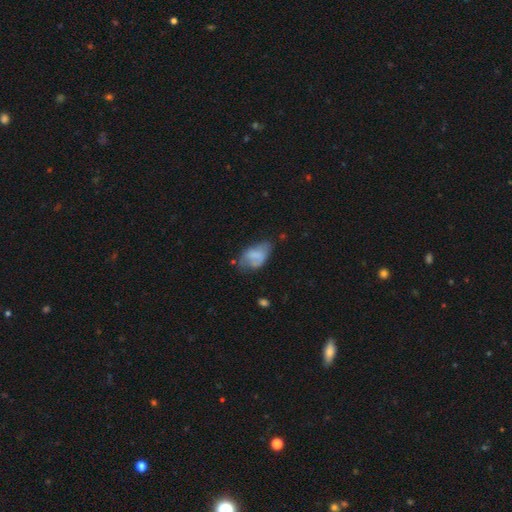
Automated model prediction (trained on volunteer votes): This appears to be a smooth galaxy with no disk features (66%) that is in between round and cigar-shaped (91%). Merging: minor disturbance (37%).